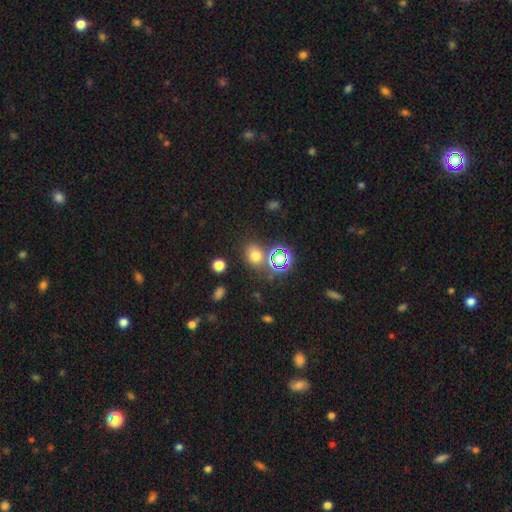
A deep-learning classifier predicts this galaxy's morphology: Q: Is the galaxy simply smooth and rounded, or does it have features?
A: smooth — 65%.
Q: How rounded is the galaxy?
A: round — 59%.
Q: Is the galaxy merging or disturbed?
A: none — 75%.